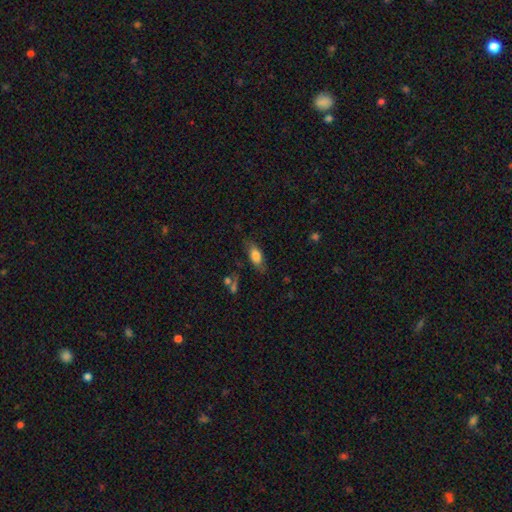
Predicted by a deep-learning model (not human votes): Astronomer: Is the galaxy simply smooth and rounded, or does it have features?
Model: smooth — 73%.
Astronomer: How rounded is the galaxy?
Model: in between — 82%.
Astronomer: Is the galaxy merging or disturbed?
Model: none — 67%.